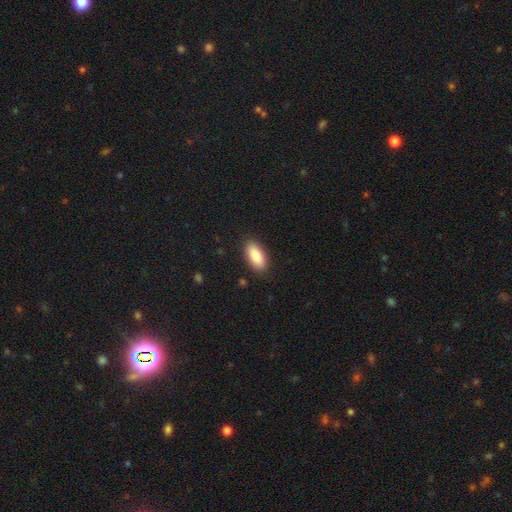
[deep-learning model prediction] This is clearly a smooth galaxy (86%). How rounded: clearly in between (88%). Merging: clearly none (88%).